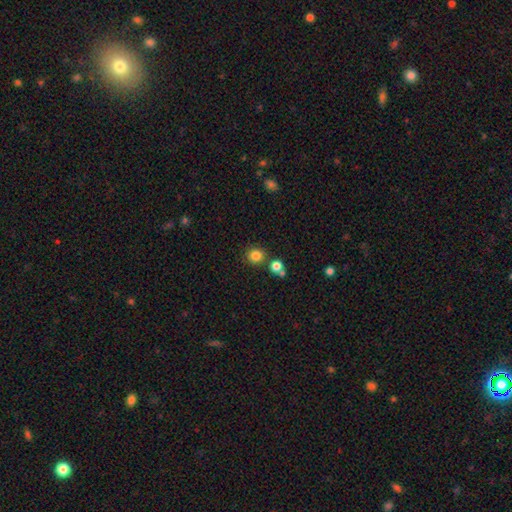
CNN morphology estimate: Smooth or featured? smooth (82%)
How rounded? round (91%)
Merging? none (79%)